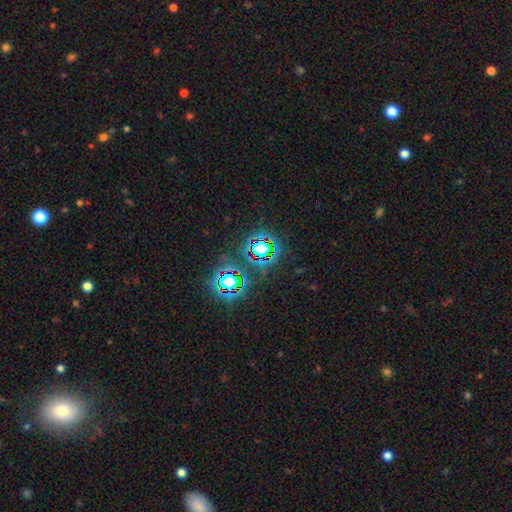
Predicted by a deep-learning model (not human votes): smooth-or-featured: star or artifact: 77% | smooth: 14% | featured or disk: 9%